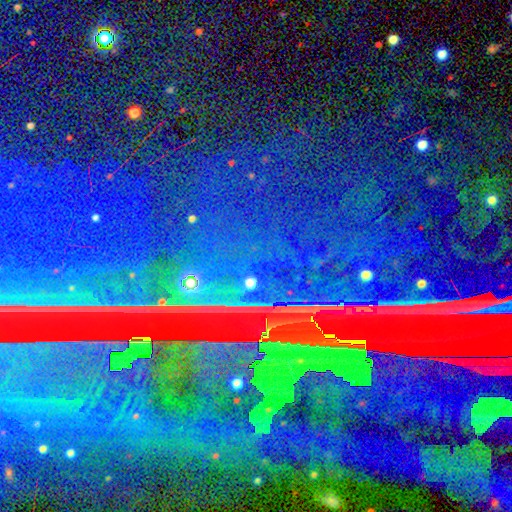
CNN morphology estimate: A star or artifact, not a galaxy (82%).